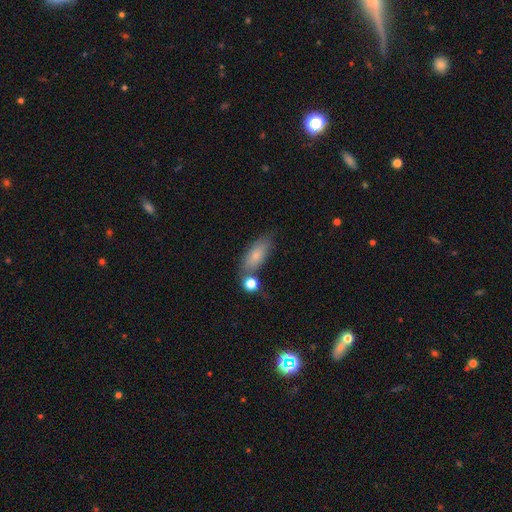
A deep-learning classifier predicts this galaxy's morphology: Smooth or featured? smooth (77%)
How rounded? in between (78%)
Merging? none (61%)